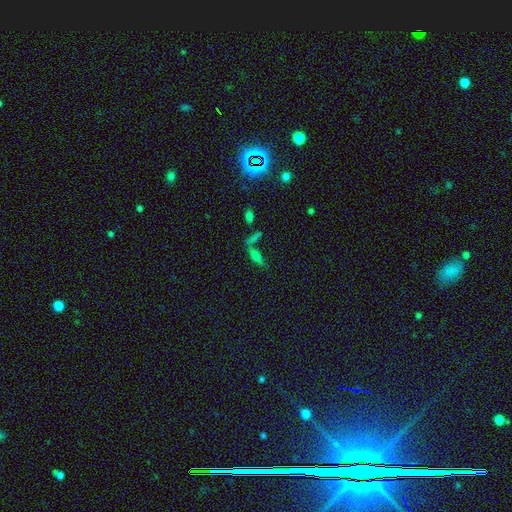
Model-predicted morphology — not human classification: smooth_or_featured: smooth (p=0.57) [alt: featured or disk p=0.25]
how_rounded: cigar-shaped (p=0.49) [alt: in between p=0.46]
merging: none (p=0.46) [alt: merger p=0.31]